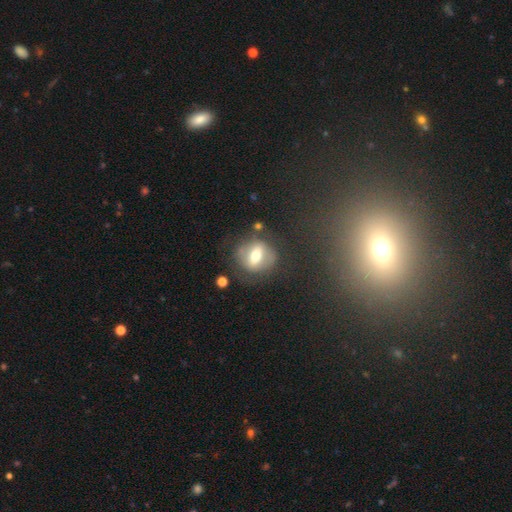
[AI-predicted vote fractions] Smooth or featured?
  - featured or disk: 46% *
  - smooth: 45%
  - star or artifact: 9%
Merging?
  - none: 70% *
  - minor disturbance: 16%
  - major disturbance: 10%
  - merger: 4%